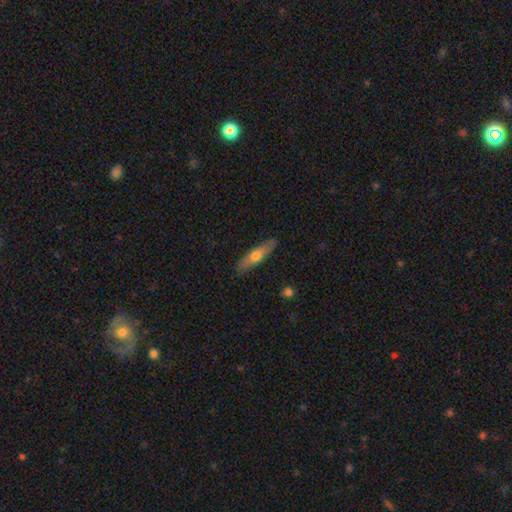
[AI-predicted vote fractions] smooth 55%, featured or disk 39%, star or artifact 6%. Down the decision tree: how rounded — cigar-shaped (74%); merging — none (86%).